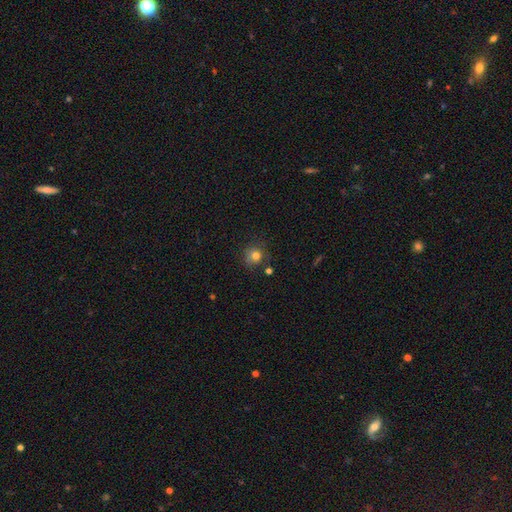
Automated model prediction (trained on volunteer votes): Overall: smooth (78%). How rounded: round (88%). Merging: none (75%).